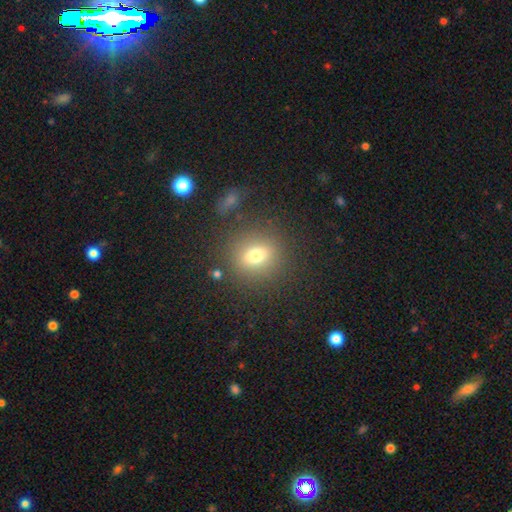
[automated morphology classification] Smooth or featured? Predicted: smooth (p=0.71). How rounded? Predicted: round (p=0.66). Merging? Predicted: none (p=0.83).